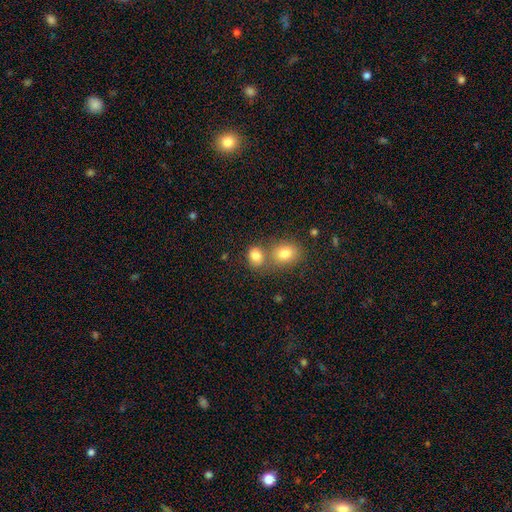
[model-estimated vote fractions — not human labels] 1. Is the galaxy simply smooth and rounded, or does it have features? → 81% smooth, 11% star or artifact, 8% featured or disk.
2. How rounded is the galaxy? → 59% round, 40% in between, 1% cigar-shaped.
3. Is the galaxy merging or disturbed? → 46% none, 41% merger, 9% minor disturbance, 4% major disturbance.